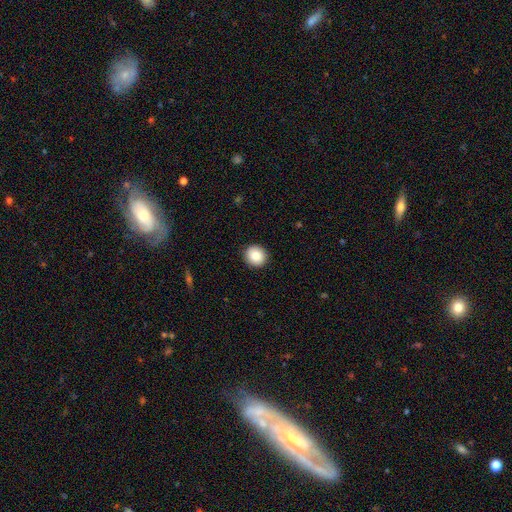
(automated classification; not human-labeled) Smooth or featured? smooth (86%)
How rounded? round (91%)
Merging? none (92%)